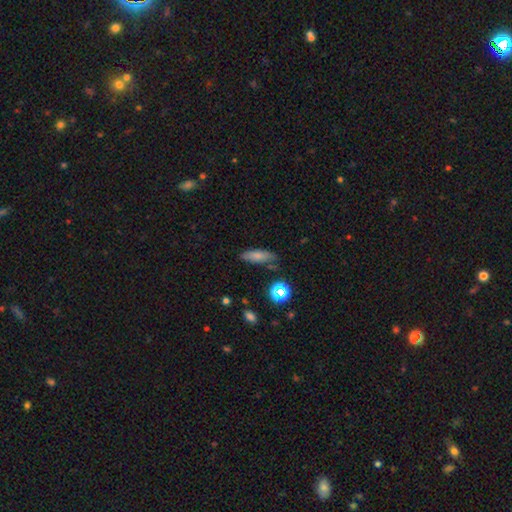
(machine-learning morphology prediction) A smooth galaxy with no disk features (72%) that is in between round and cigar-shaped (54%). Merging: none (76%).